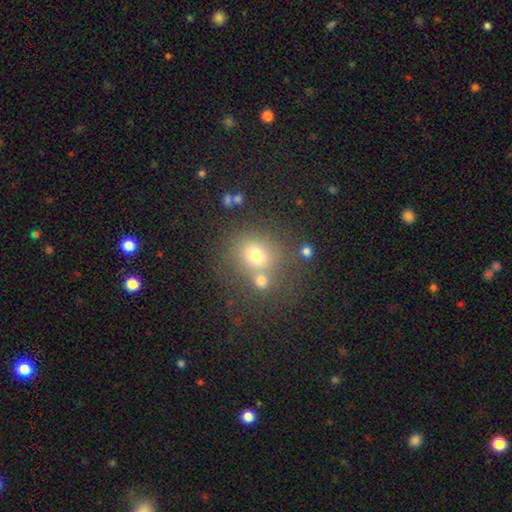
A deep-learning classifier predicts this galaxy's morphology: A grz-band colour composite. It shows a smooth galaxy with no disk features (69%) that is round (73%). Merging: none (54%).